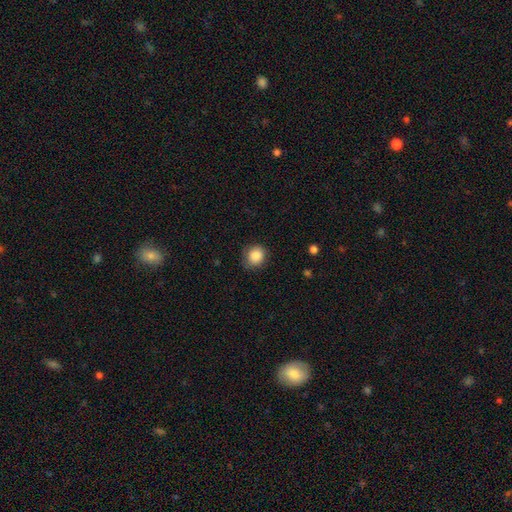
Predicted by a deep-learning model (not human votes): Smooth or featured: smooth — 87% (star or artifact — 9%)
How rounded: round — 84% (in between — 15%)
Merging: none — 77% (minor disturbance — 18%)